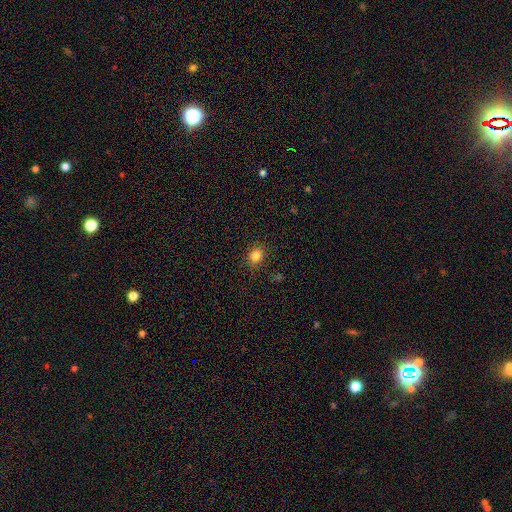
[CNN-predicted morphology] Smooth or featured: smooth — 83% (star or artifact — 12%)
How rounded: round — 64% (in between — 35%)
Merging: none — 86% (minor disturbance — 10%)